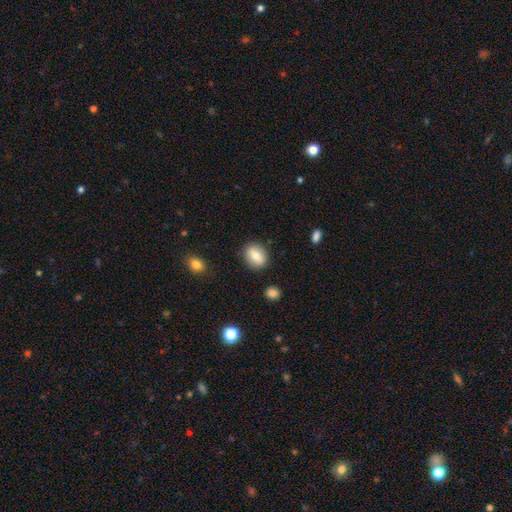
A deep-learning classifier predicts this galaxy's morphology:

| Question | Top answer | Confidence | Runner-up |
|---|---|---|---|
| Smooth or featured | smooth | 78% | featured or disk (14%) |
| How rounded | in between | 57% | round (41%) |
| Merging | none | 86% | minor disturbance (10%) |